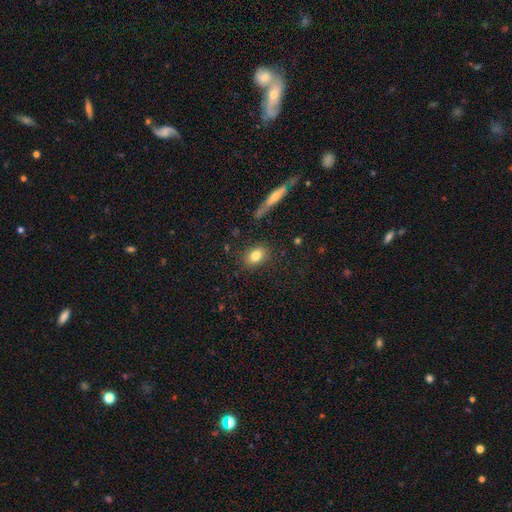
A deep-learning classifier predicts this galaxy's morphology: The model was most divided on "how rounded": in between: 72%, round: 25%, cigar-shaped: 3%. More confident: merging — none (84%); smooth or featured — smooth (80%).